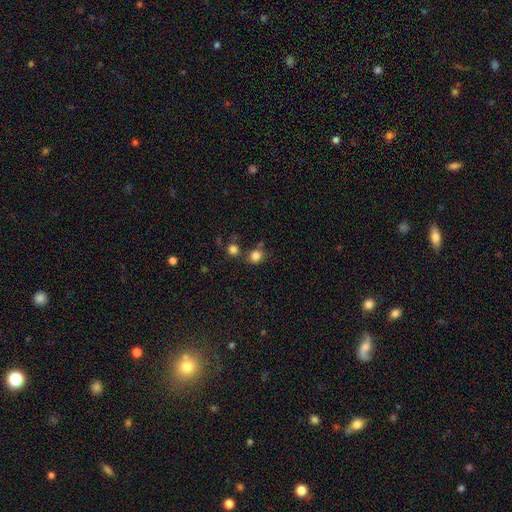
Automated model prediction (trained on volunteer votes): A smooth galaxy with no disk features (82%) that is round (78%).

Vote fractions:
- Smooth or featured? smooth: 82% / star or artifact: 13% / featured or disk: 5%
- How rounded? round: 78% / in between: 21% / cigar-shaped: 1%
- Merging? none: 66% / merger: 17% / minor disturbance: 12% / major disturbance: 5%